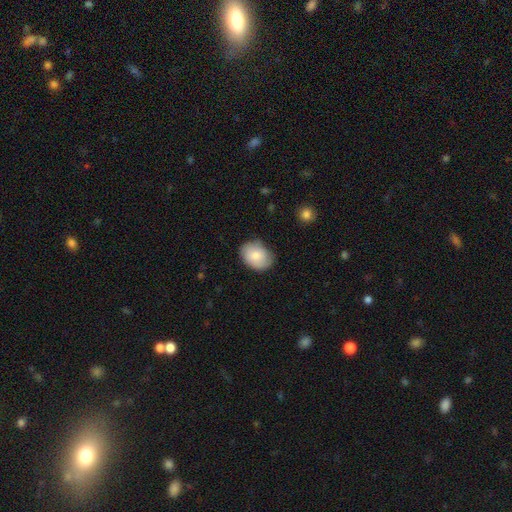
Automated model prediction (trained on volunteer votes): Q: Smooth or featured?
A: smooth (81%); runner-up: featured or disk (12%)
Q: How rounded?
A: in between (64%); runner-up: round (35%)
Q: Merging?
A: none (74%); runner-up: minor disturbance (21%)